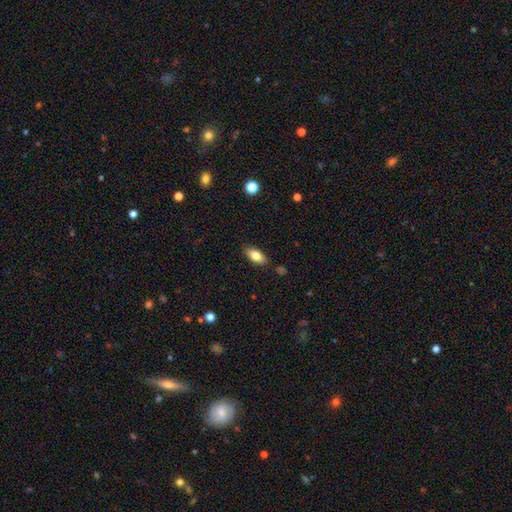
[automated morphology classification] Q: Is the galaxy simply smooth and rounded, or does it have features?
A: smooth — 79%.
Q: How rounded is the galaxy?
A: in between — 86%.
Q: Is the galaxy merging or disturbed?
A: none — 85%.